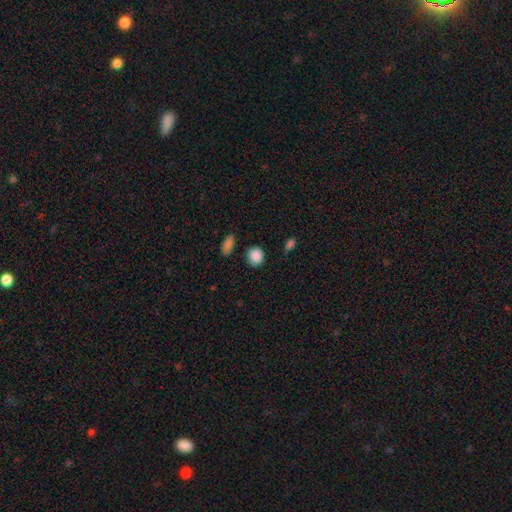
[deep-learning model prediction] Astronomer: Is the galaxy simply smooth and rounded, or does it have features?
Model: smooth — 89%.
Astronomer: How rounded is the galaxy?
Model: round — 81%.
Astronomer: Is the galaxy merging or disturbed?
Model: none — 85%.